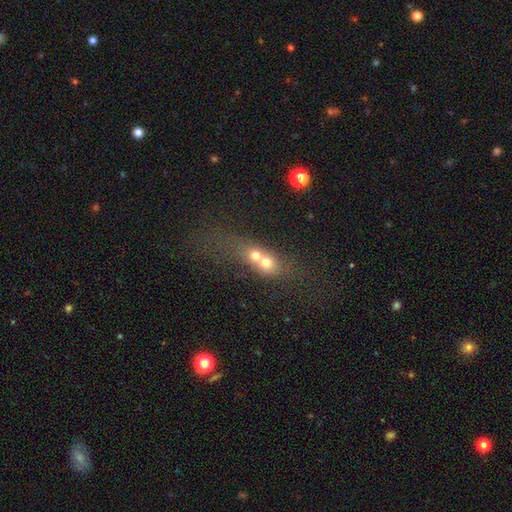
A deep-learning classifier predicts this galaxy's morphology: A smooth galaxy with no disk features (61%) that is round (52%). Merging: merger (77%).